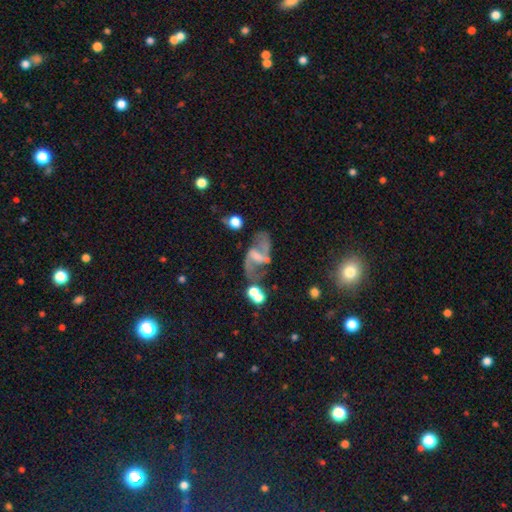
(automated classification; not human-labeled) Overall: featured or disk (81%). Edge-on disk: no (96%). Bar: weak (45%; strong 38%). Spiral arms: yes (91%). Spiral arm count: 2 (91%). Spiral winding: loose (60%; medium 33%). Bulge size: small (37%; none 34%). Merging: none (59%).